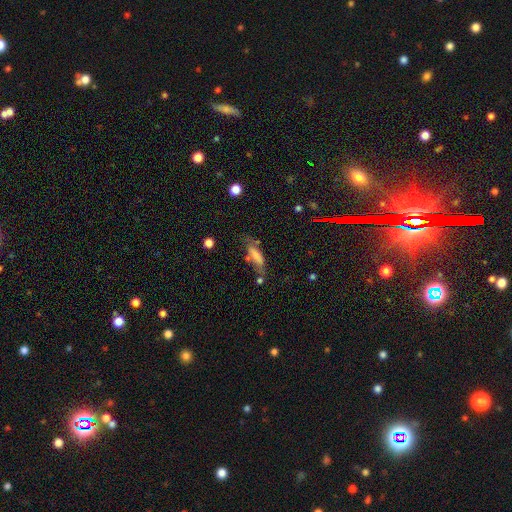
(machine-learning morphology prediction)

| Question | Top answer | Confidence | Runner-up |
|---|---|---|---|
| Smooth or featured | smooth | 63% | featured or disk (27%) |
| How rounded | in between | 54% | cigar-shaped (43%) |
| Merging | none | 43% | minor disturbance (27%) |